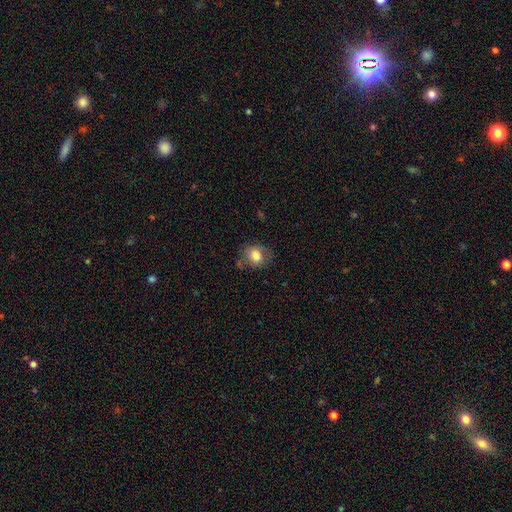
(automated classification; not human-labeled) smooth-or-featured: smooth: 78% | featured or disk: 14% | star or artifact: 8%
  how-rounded: round: 56% | in between: 43% | cigar-shaped: 1%
  merging: none: 65% | minor disturbance: 23% | major disturbance: 9% | merger: 3%